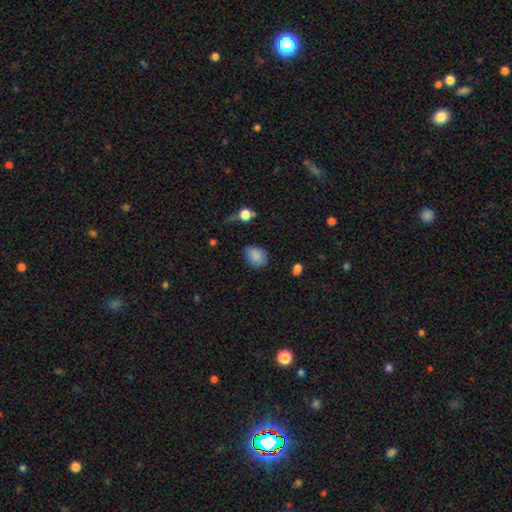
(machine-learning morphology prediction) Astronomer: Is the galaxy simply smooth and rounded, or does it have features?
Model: smooth — 86%.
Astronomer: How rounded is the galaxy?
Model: in between — 62%.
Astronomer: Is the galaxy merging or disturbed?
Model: none — 76%.